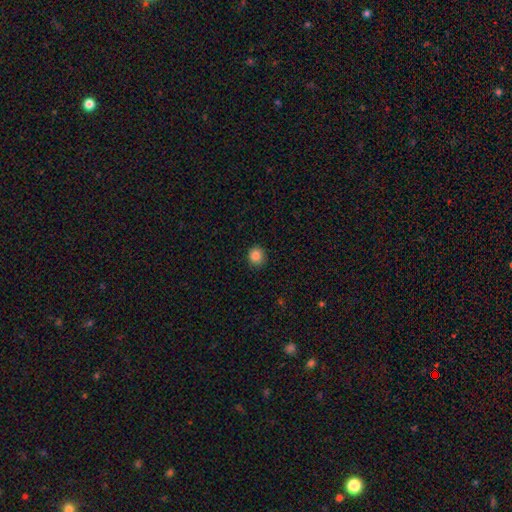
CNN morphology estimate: Smooth or featured?
  - smooth: 86% *
  - star or artifact: 11%
  - featured or disk: 3%
How rounded?
  - round: 86% *
  - in between: 13%
  - cigar-shaped: 1%
Merging?
  - none: 89% *
  - minor disturbance: 8%
  - major disturbance: 2%
  - merger: 1%